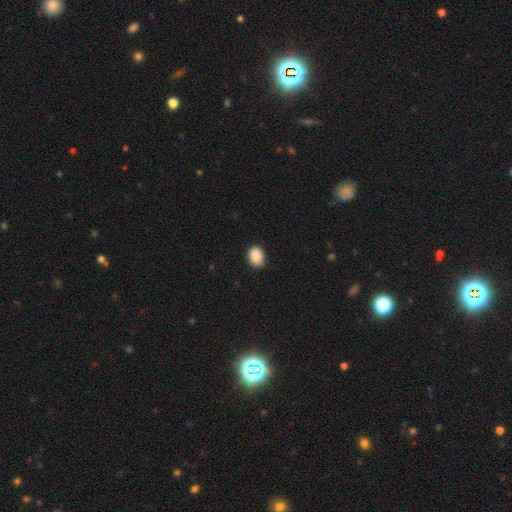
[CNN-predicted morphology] Q: Smooth or featured?
A: smooth (89%); runner-up: star or artifact (8%)
Q: How rounded?
A: in between (68%); runner-up: round (31%)
Q: Merging?
A: none (83%); runner-up: minor disturbance (14%)